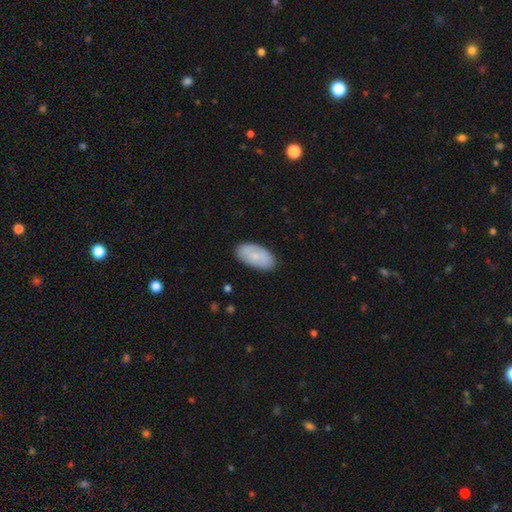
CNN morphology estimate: A smooth galaxy with no disk features (70%) that is in between round and cigar-shaped (94%). Merging: none (85%).